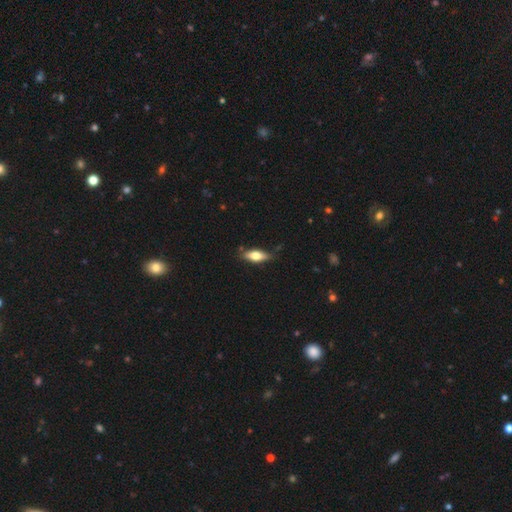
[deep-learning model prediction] Q: Smooth or featured?
A: smooth (65%); runner-up: featured or disk (29%)
Q: How rounded?
A: in between (69%); runner-up: cigar-shaped (28%)
Q: Merging?
A: none (76%); runner-up: minor disturbance (19%)